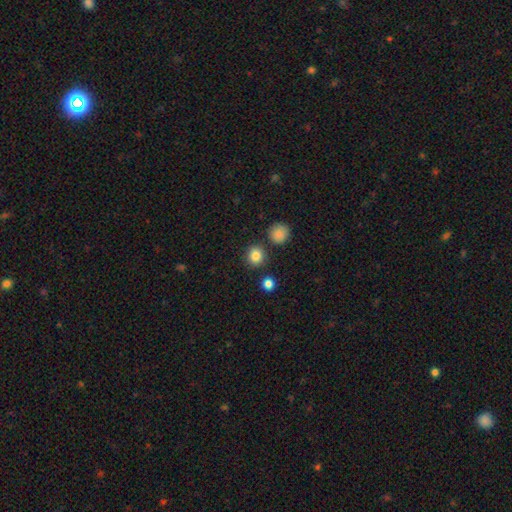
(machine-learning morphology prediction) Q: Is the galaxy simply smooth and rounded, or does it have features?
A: smooth — 84%.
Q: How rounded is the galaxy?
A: round — 89%.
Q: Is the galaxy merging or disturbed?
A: none — 86%.